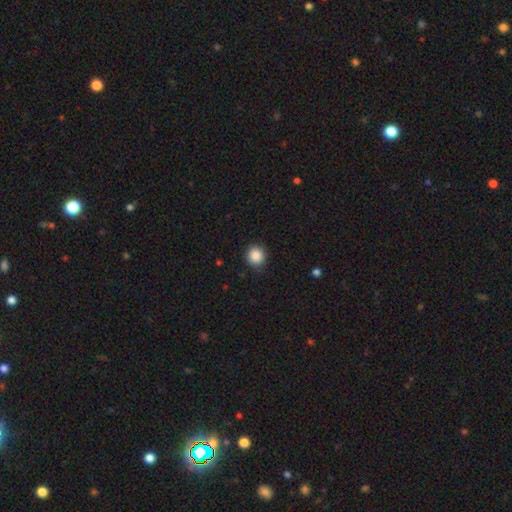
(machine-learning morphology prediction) smooth 87%, star or artifact 10%, featured or disk 3%. Down the decision tree: how rounded — round (92%); merging — none (88%).